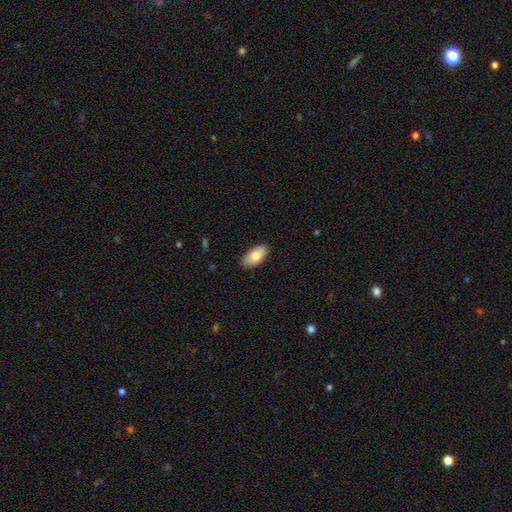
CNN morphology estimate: Q: Smooth or featured?
A: smooth (79%); runner-up: featured or disk (14%)
Q: How rounded?
A: in between (94%); runner-up: cigar-shaped (3%)
Q: Merging?
A: none (87%); runner-up: minor disturbance (10%)